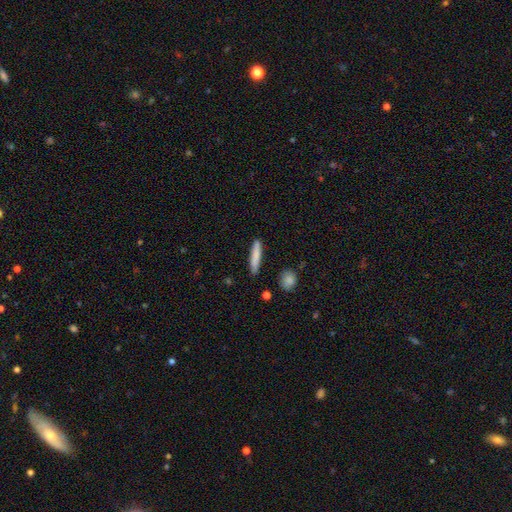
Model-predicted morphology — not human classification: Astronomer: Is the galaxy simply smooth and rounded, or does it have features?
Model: smooth — 81%.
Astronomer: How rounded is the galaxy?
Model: cigar-shaped — 91%.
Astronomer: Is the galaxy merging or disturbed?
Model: none — 87%.